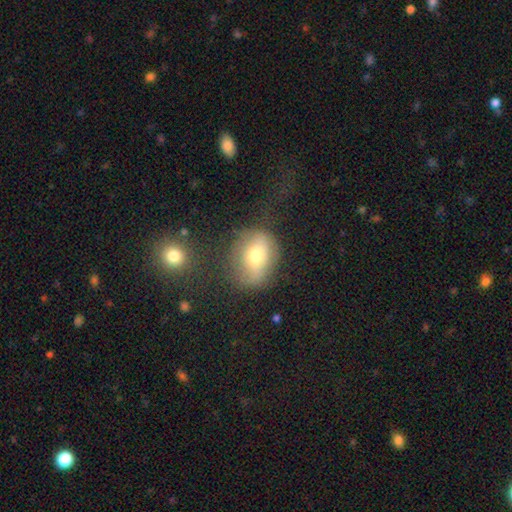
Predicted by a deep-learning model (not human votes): Smooth or featured?
  - smooth: 57% *
  - featured or disk: 33%
  - star or artifact: 10%
How rounded?
  - round: 55% *
  - in between: 44%
  - cigar-shaped: 2%
Merging?
  - none: 56% *
  - minor disturbance: 23%
  - major disturbance: 17%
  - merger: 4%